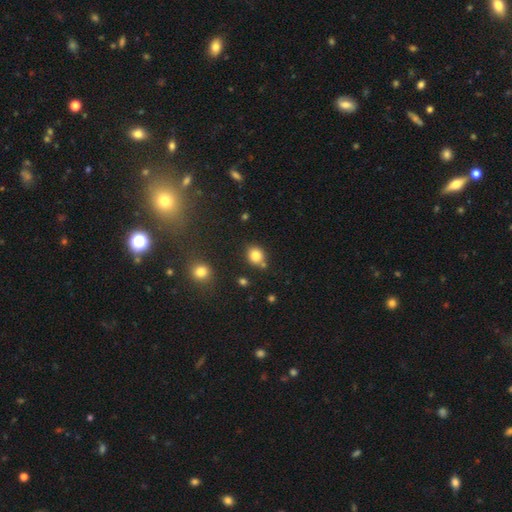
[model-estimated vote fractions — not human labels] Smooth or featured? smooth (82%)
How rounded? round (67%)
Merging? none (71%)